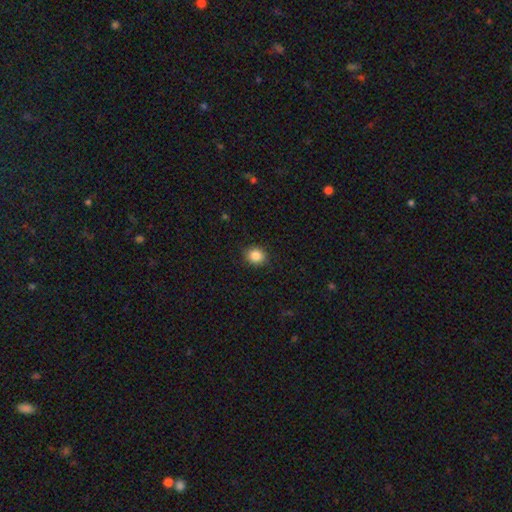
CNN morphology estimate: smooth 86%, star or artifact 10%, featured or disk 4%. Down the decision tree: how rounded — round (69%); merging — none (89%).